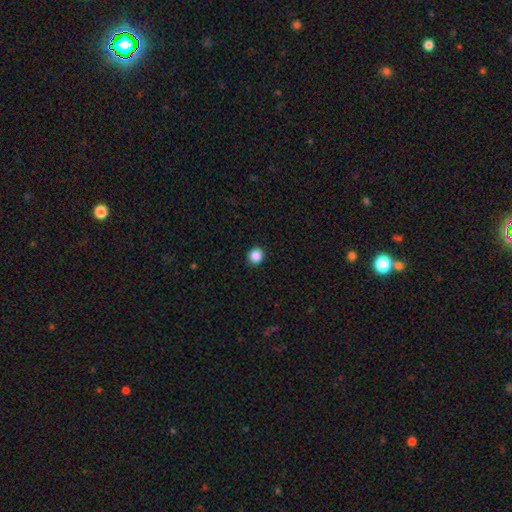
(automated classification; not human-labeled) Smooth or featured: smooth — 88% (star or artifact — 10%)
How rounded: round — 94% (in between — 5%)
Merging: none — 94% (minor disturbance — 4%)